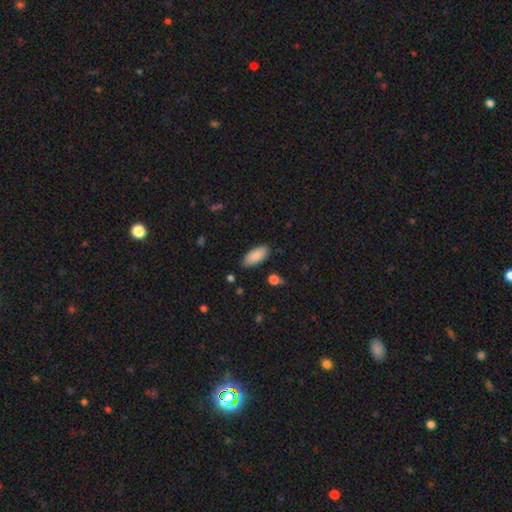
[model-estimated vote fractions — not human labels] Smooth or featured: smooth — 87% (featured or disk — 6%)
How rounded: in between — 87% (cigar-shaped — 12%)
Merging: none — 84% (minor disturbance — 11%)